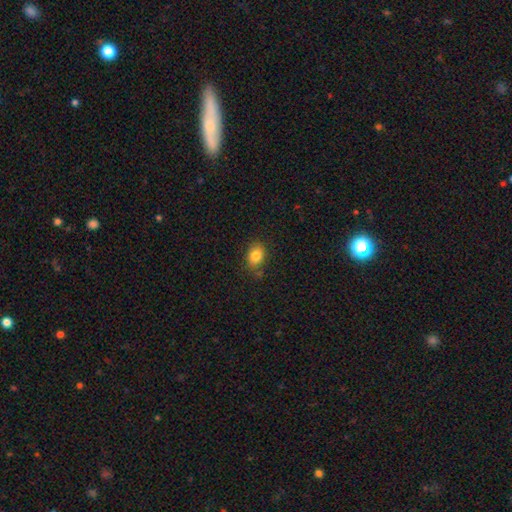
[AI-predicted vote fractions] Smooth or featured: smooth — 83% (star or artifact — 10%)
How rounded: in between — 68% (round — 31%)
Merging: none — 77% (minor disturbance — 17%)